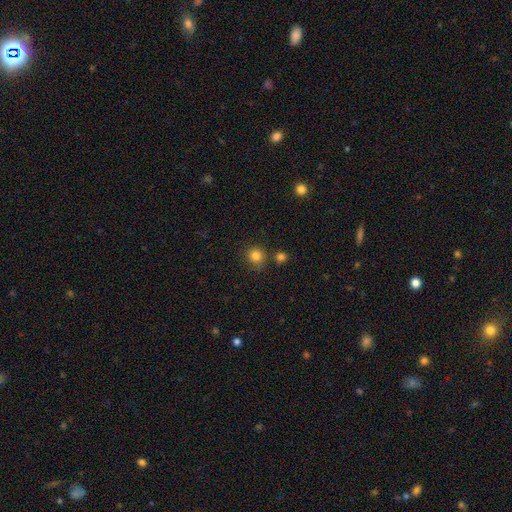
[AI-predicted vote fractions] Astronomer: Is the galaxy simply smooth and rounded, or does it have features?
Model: smooth — 83%.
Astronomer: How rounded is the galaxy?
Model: round — 89%.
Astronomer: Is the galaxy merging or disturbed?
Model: none — 76%.